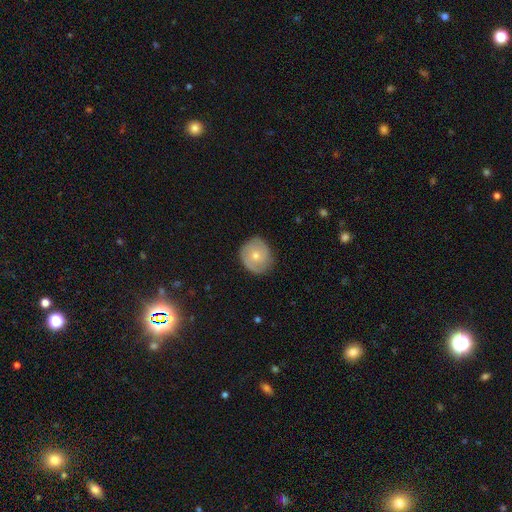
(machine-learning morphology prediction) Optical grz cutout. It shows a smooth galaxy with no disk features (49%). Merging: none (79%).